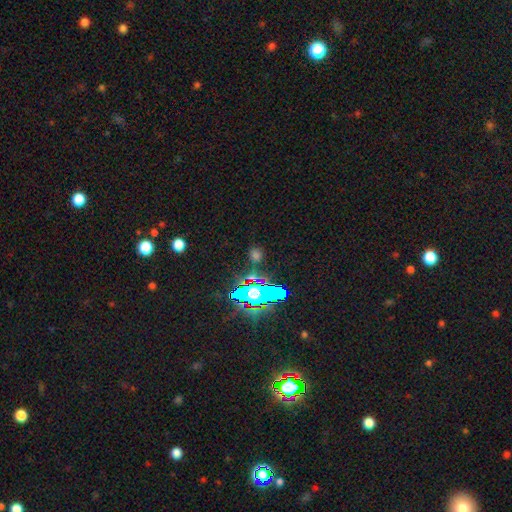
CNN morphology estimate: star or artifact 45%, smooth 44%, featured or disk 11%.